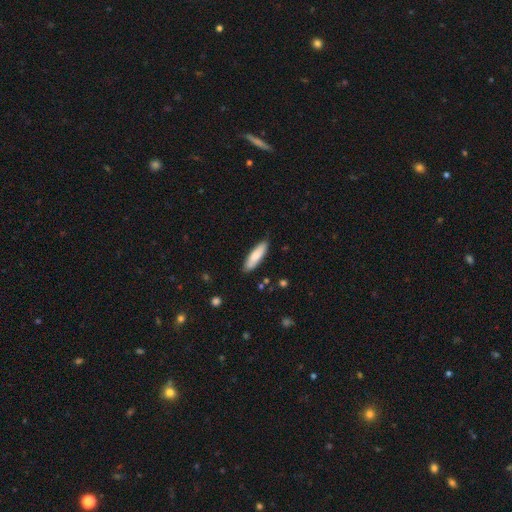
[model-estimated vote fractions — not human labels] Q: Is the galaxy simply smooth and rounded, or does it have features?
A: smooth — 79%.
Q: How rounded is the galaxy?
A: cigar-shaped — 59%.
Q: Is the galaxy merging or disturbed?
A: none — 86%.